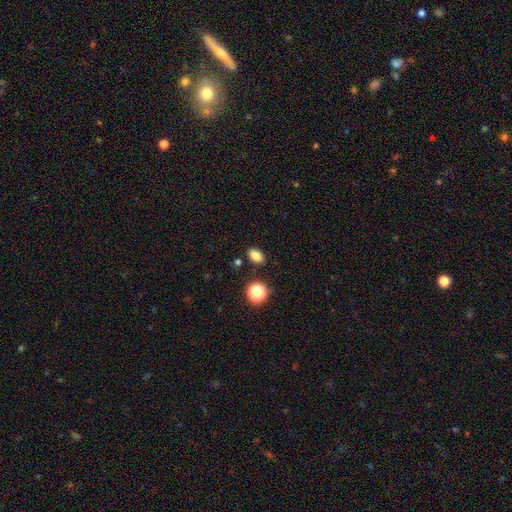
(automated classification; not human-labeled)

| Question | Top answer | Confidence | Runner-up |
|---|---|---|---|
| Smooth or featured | smooth | 81% | star or artifact (13%) |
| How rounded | in between | 81% | round (18%) |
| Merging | none | 85% | minor disturbance (9%) |